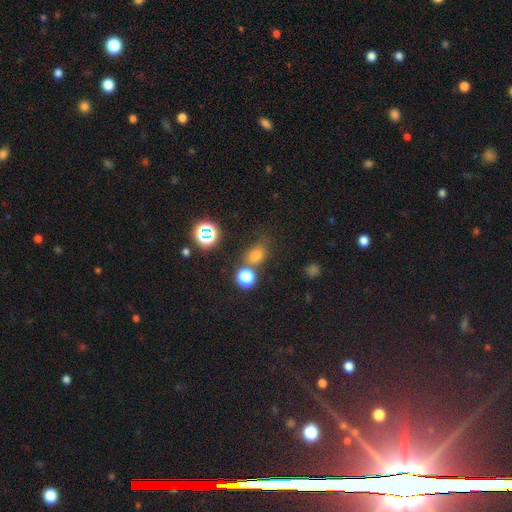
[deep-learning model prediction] This is likely a smooth galaxy (66%). How rounded: possibly round (50%). Merging: likely none (63%).